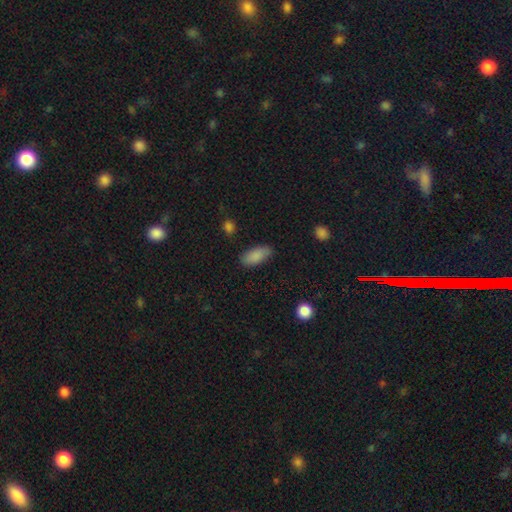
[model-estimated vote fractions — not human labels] This appears to be a smooth galaxy with no disk features (87%) that is in between round and cigar-shaped (88%). Merging: none (82%).